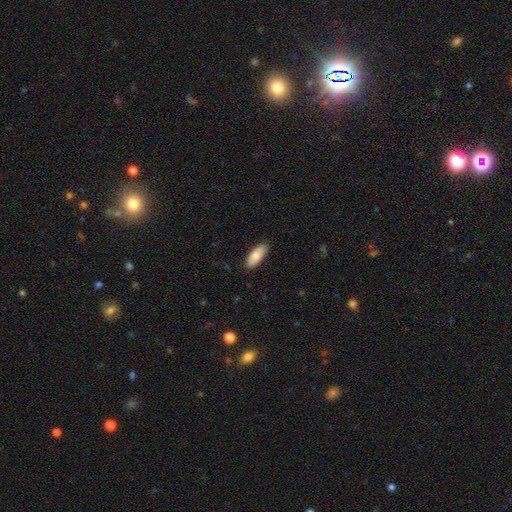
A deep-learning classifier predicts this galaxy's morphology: Q: Smooth or featured?
A: smooth (85%); runner-up: featured or disk (9%)
Q: How rounded?
A: in between (78%); runner-up: cigar-shaped (20%)
Q: Merging?
A: none (86%); runner-up: minor disturbance (11%)